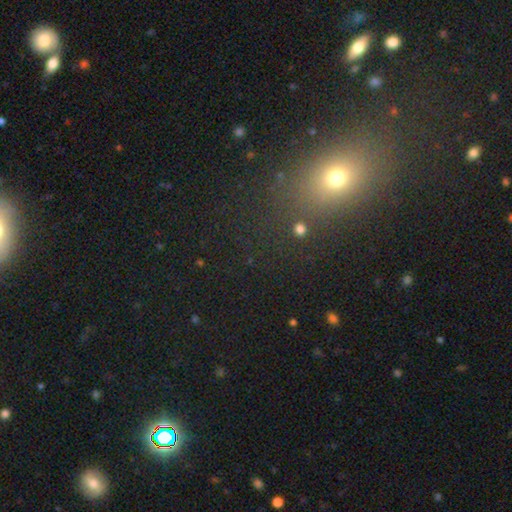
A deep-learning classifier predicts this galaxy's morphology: Smooth or featured? smooth (51%)
How rounded? in between (53%)
Merging? none (81%)